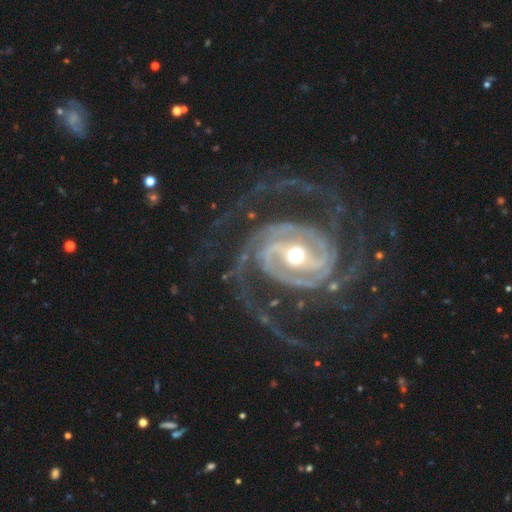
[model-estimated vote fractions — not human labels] This appears to be a featured or disk galaxy (94%) with a strong bar (53%), 2 (47%) tight (51%) spiral arms (98%) and a moderate central bulge (62%). Merging: none (72%).